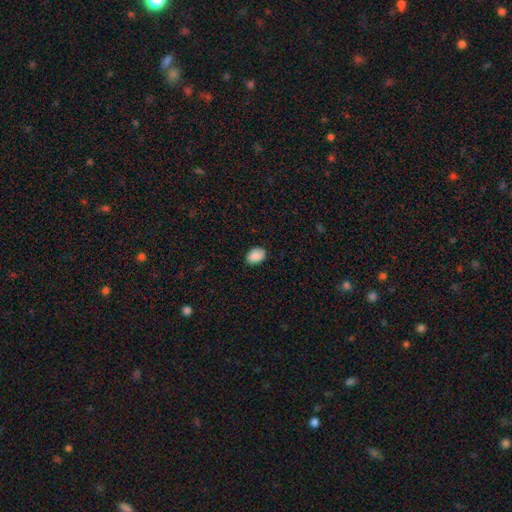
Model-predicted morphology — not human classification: Smooth or featured: smooth — 89% (star or artifact — 7%)
How rounded: in between — 73% (round — 26%)
Merging: none — 86% (minor disturbance — 11%)